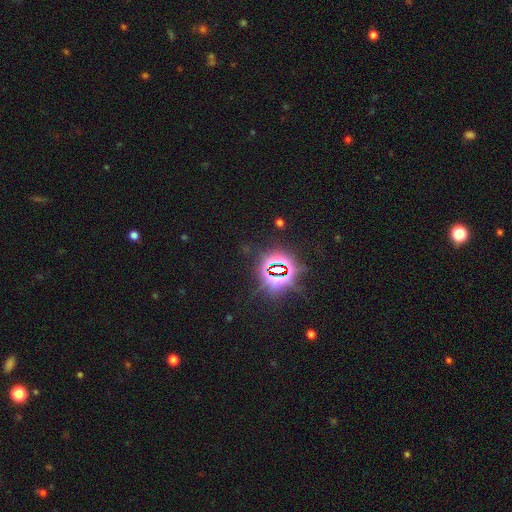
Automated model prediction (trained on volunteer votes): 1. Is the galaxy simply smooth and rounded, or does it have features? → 81% star or artifact, 11% smooth, 8% featured or disk.